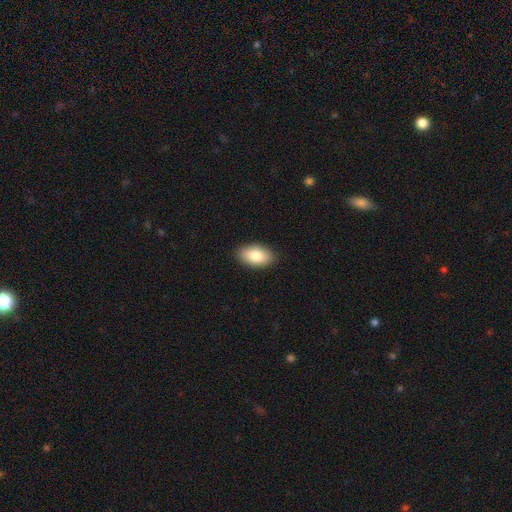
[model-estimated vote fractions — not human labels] Overall: smooth (83%). How rounded: in between (93%). Merging: none (89%).